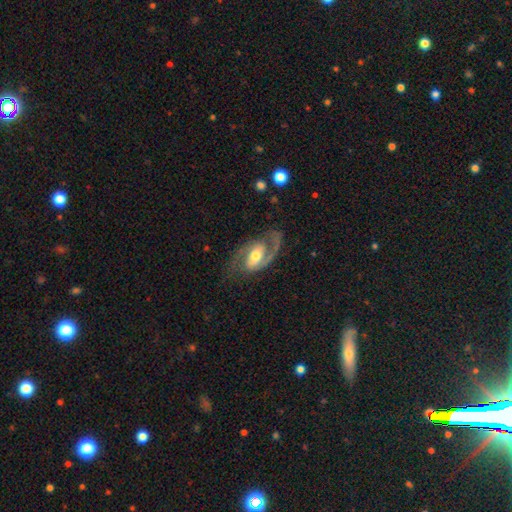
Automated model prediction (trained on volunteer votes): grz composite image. It shows a featured or disk galaxy (87%) with a weak bar (42%), 2 (79%) medium (54%) spiral arms (95%) and a moderate central bulge (65%). Merging: none (67%).